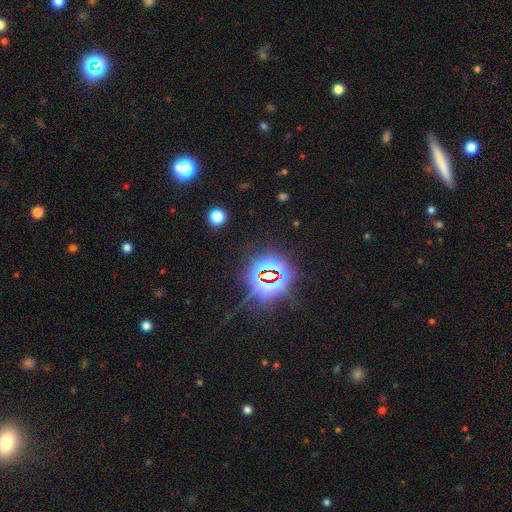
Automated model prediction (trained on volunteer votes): Smooth or featured? star or artifact (81%)